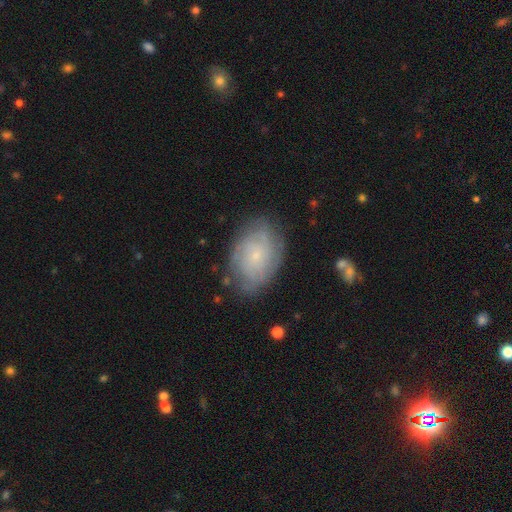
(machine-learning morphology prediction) A featured or disk galaxy (58%) with no bar (83%), spiral arms (80%) and a small central bulge (82%). Merging: none (74%).